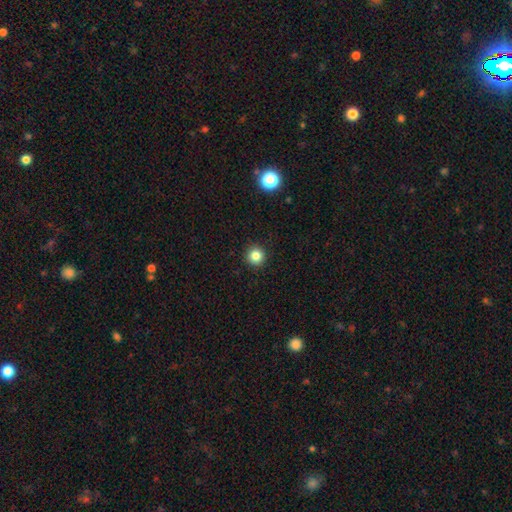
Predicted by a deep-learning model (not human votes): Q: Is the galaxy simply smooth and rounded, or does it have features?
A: smooth — 84%.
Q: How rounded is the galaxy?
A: round — 95%.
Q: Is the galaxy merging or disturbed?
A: none — 93%.